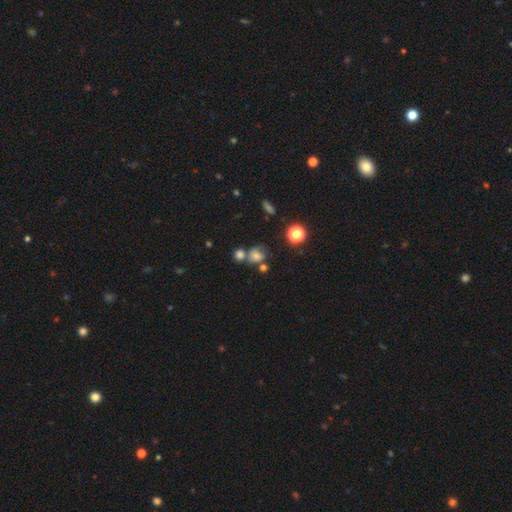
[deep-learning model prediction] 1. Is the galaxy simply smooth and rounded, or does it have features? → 59% smooth, 23% star or artifact, 18% featured or disk.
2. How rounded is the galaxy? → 73% round, 25% in between, 1% cigar-shaped.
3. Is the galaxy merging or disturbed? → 47% none, 32% merger, 14% minor disturbance, 7% major disturbance.